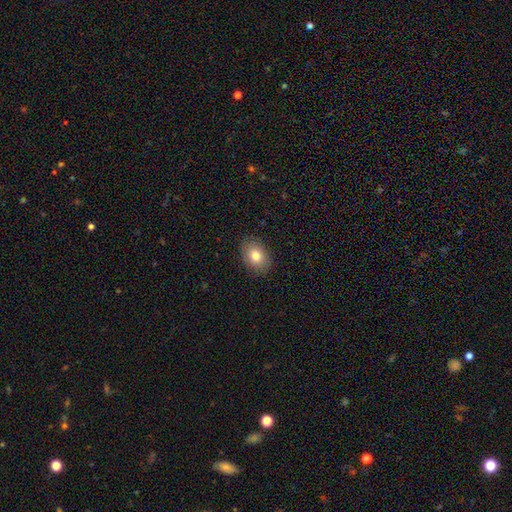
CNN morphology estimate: smooth 80%, featured or disk 11%, star or artifact 9%. Down the decision tree: how rounded — in between (70%); merging — none (88%).